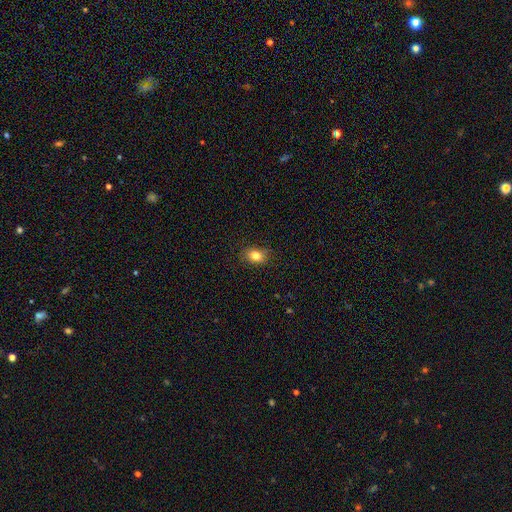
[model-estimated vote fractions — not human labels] Overall: smooth (82%). How rounded: in between (67%; round 32%). Merging: none (84%).